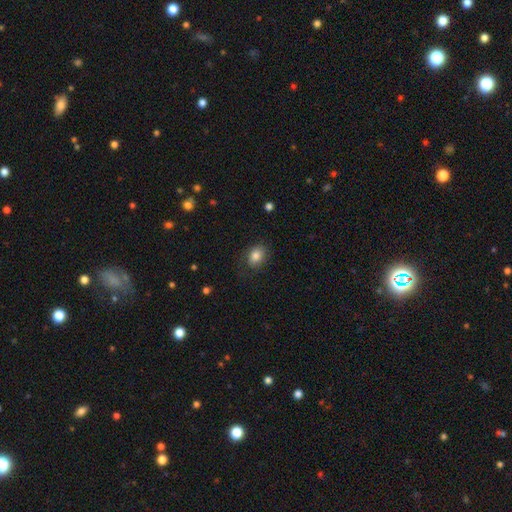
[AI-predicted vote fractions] Smooth or featured: smooth — 81% (featured or disk — 10%)
How rounded: in between — 69% (round — 30%)
Merging: none — 73% (minor disturbance — 18%)